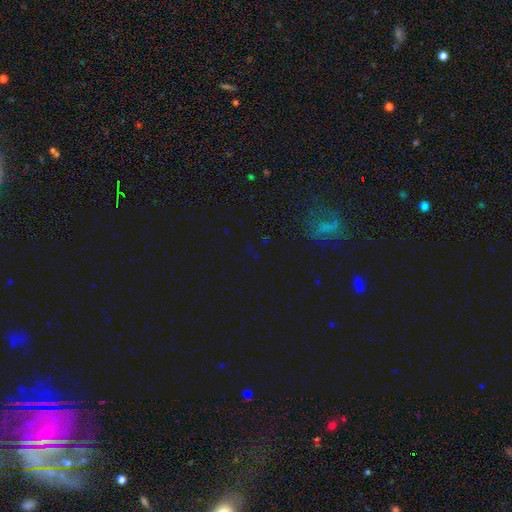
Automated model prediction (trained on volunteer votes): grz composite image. It shows a star or artifact, not a galaxy (69%).